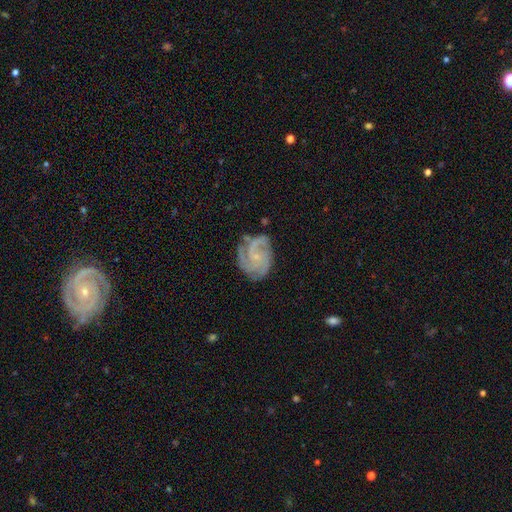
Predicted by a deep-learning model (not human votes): featured or disk 87%, smooth 7%, star or artifact 6%. Down the decision tree: edge-on disk — no (98%); bar — no (71%); spiral arms — yes (98%); spiral arm count — 3 (49%); spiral winding — tight (55%); bulge size — small (77%); merging — none (71%).